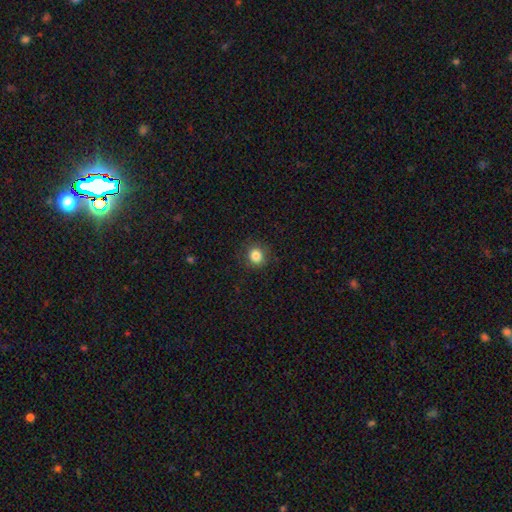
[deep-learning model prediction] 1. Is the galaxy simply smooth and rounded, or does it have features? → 84% smooth, 11% star or artifact, 5% featured or disk.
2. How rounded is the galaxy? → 85% round, 14% in between, 1% cigar-shaped.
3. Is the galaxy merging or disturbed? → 87% none, 9% minor disturbance, 3% major disturbance, 1% merger.